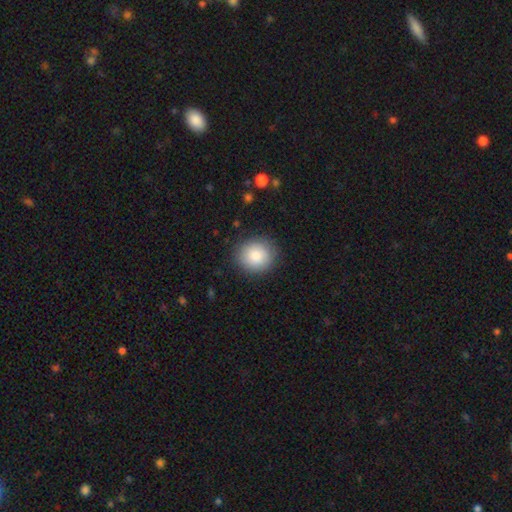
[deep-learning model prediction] Smooth or featured? Predicted: smooth (p=0.83). How rounded? Predicted: round (p=0.87). Merging? Predicted: none (p=0.88).